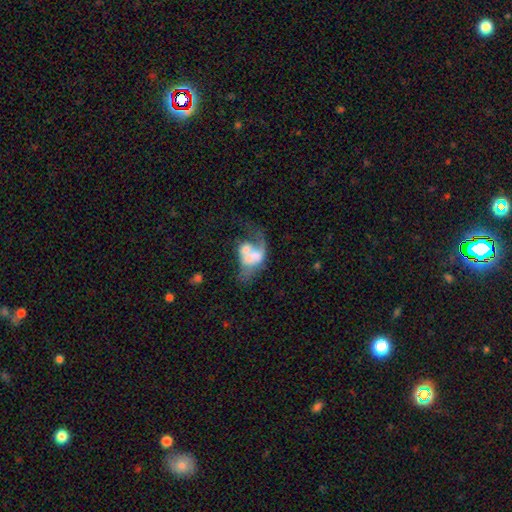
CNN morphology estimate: A featured or disk galaxy (49%).

Vote fractions:
- Smooth or featured? featured or disk: 49% / smooth: 42% / star or artifact: 10%
- Merging? merger: 56% / major disturbance: 24% / none: 11% / minor disturbance: 8%